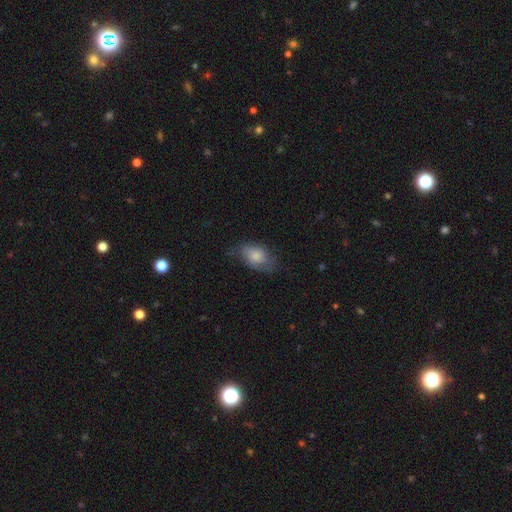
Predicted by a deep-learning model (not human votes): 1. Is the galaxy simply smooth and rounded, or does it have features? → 72% smooth, 21% featured or disk, 7% star or artifact.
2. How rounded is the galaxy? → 87% in between, 10% round, 2% cigar-shaped.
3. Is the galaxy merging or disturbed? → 53% none, 32% minor disturbance, 13% major disturbance, 2% merger.